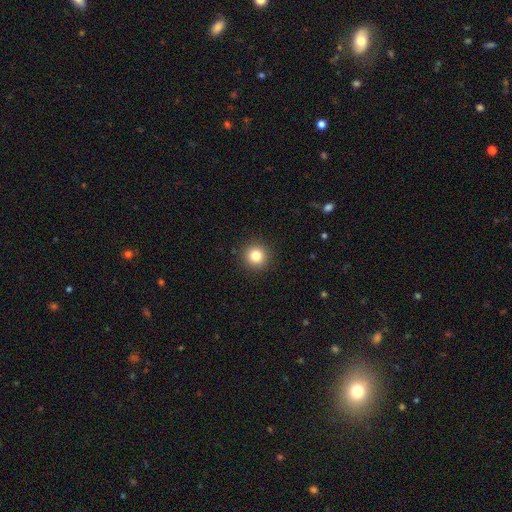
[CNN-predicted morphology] A smooth galaxy with no disk features (83%) that is round (95%).

Vote fractions:
- Smooth or featured? smooth: 83% / star or artifact: 11% / featured or disk: 6%
- How rounded? round: 95% / in between: 5% / cigar-shaped: 1%
- Merging? none: 92% / minor disturbance: 5% / major disturbance: 2% / merger: 1%